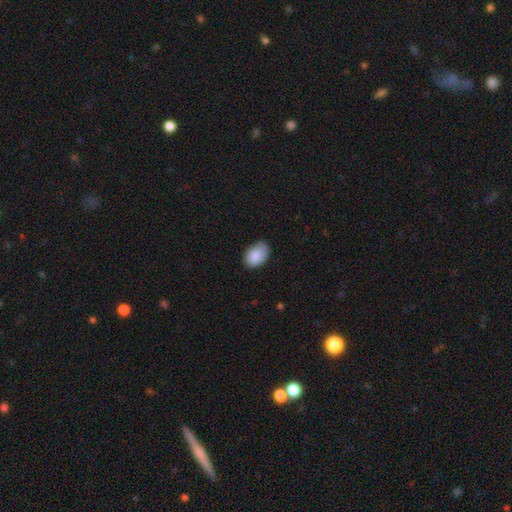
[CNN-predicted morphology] This is clearly a smooth galaxy (88%). How rounded: clearly in between (88%). Merging: likely none (78%).